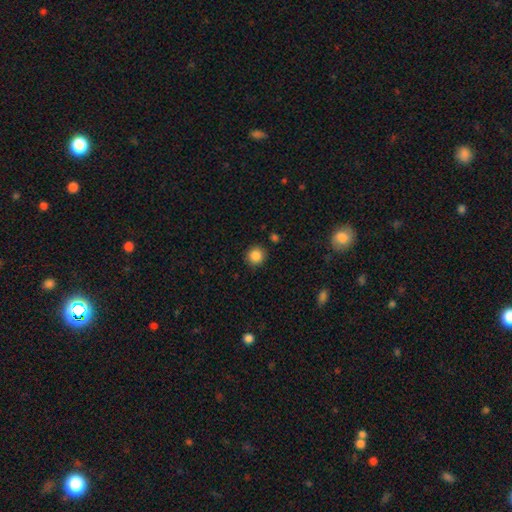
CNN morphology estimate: smooth_or_featured: smooth (p=0.86) [alt: star or artifact p=0.10]
how_rounded: round (p=0.94) [alt: in between p=0.05]
merging: none (p=0.90) [alt: minor disturbance p=0.06]